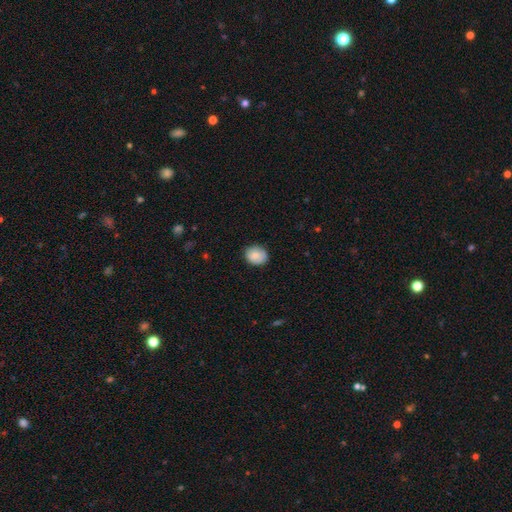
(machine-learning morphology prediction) Q: Smooth or featured?
A: smooth (81%); runner-up: featured or disk (11%)
Q: How rounded?
A: round (53%); runner-up: in between (46%)
Q: Merging?
A: none (81%); runner-up: minor disturbance (15%)